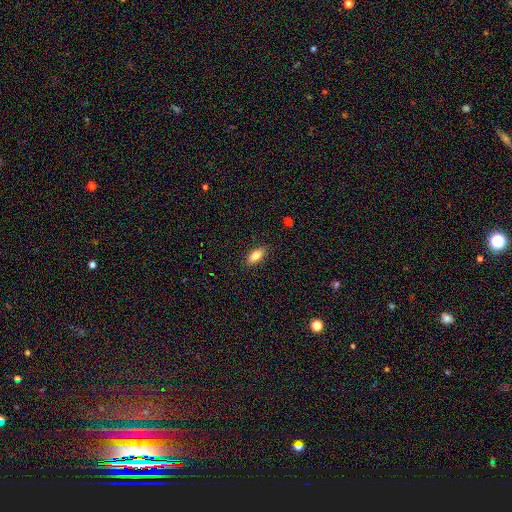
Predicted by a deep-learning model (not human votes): smooth-or-featured: smooth: 80% | featured or disk: 13% | star or artifact: 8%
  how-rounded: in between: 85% | cigar-shaped: 12% | round: 3%
  merging: none: 86% | minor disturbance: 10% | major disturbance: 2% | merger: 1%